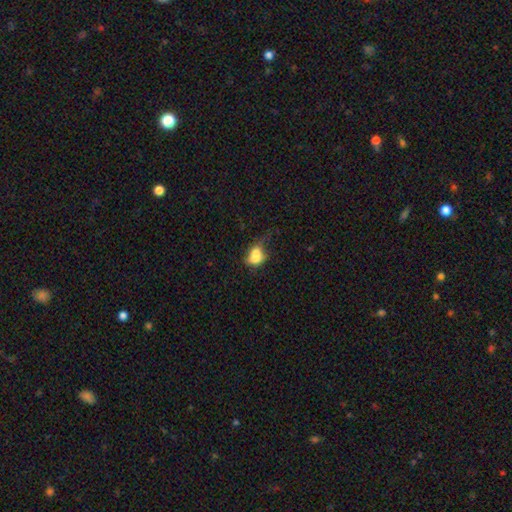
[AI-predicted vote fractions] Smooth or featured: smooth — 69% (featured or disk — 20%)
How rounded: in between — 62% (round — 36%)
Merging: merger — 44% (none — 21%)